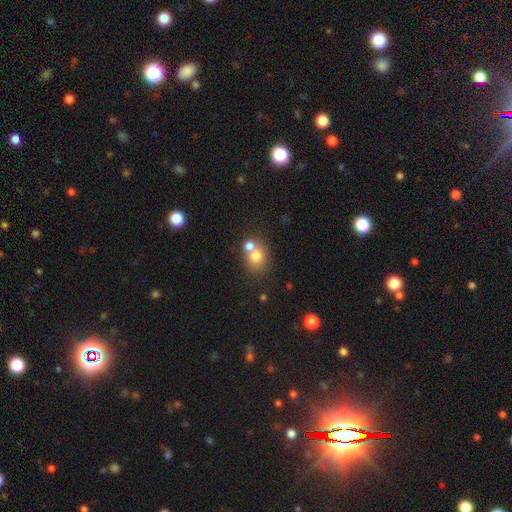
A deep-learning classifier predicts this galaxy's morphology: This appears to be a smooth galaxy with no disk features (73%) that is round (68%). Merging: merger (54%).